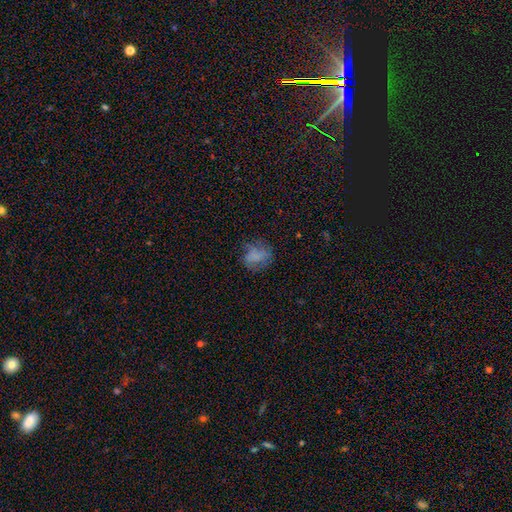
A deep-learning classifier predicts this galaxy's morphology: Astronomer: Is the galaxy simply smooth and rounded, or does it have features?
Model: smooth — 62%.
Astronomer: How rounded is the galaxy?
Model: round — 57% (runner-up: in between, 42%).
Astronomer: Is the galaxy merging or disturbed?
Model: none — 59%.